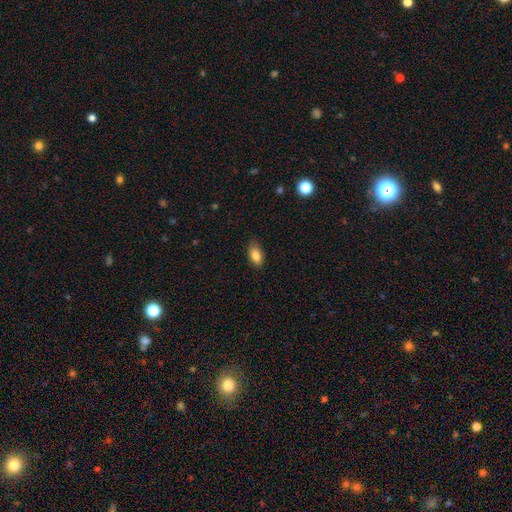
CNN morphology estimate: smooth_or_featured: smooth (p=0.84) [alt: featured or disk p=0.08]
how_rounded: in between (p=0.90) [alt: round p=0.05]
merging: none (p=0.79) [alt: minor disturbance p=0.17]